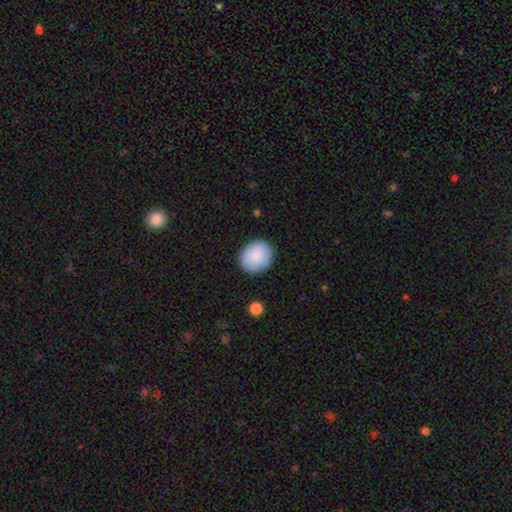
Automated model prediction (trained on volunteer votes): The model was most divided on "how rounded": round: 61%, in between: 38%, cigar-shaped: 1%. More confident: smooth or featured — smooth (87%); merging — none (87%).